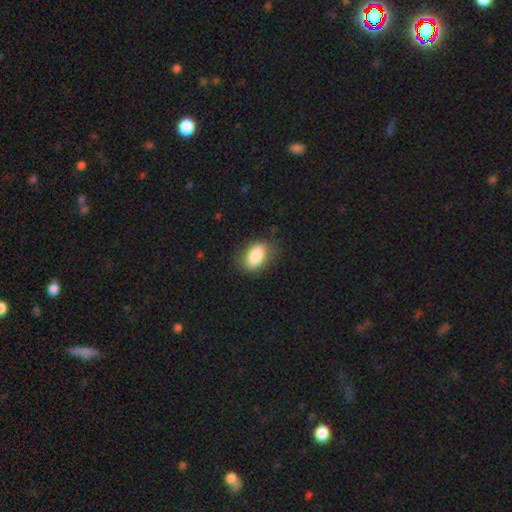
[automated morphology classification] Smooth or featured? smooth (86%)
How rounded? in between (87%)
Merging? none (79%)